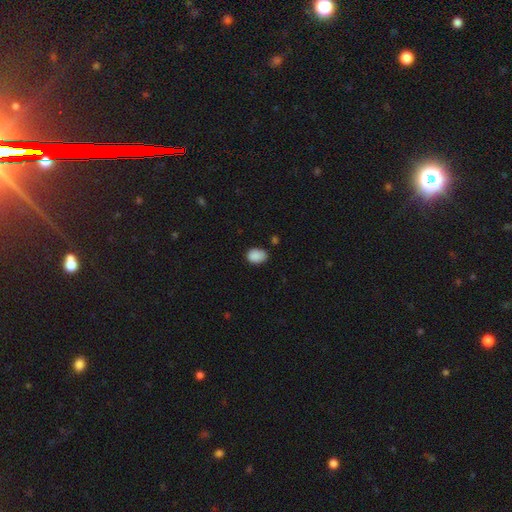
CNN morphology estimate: Smooth or featured? Predicted: smooth (p=0.88). How rounded? Predicted: in between (p=0.74). Merging? Predicted: none (p=0.73).